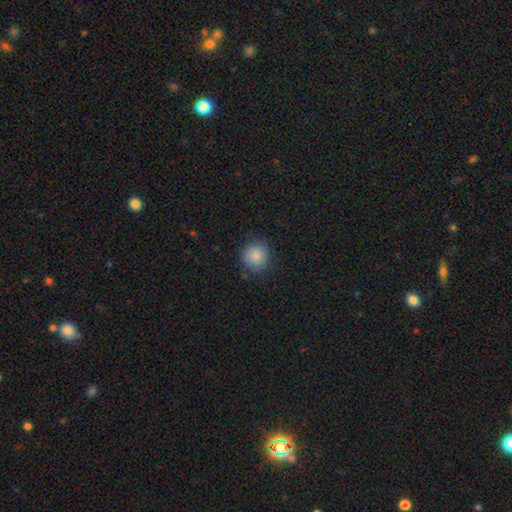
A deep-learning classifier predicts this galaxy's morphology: The model was most divided on "merging": none: 85%, minor disturbance: 11%, major disturbance: 3%, merger: 1%. More confident: how rounded — round (92%); smooth or featured — smooth (86%).